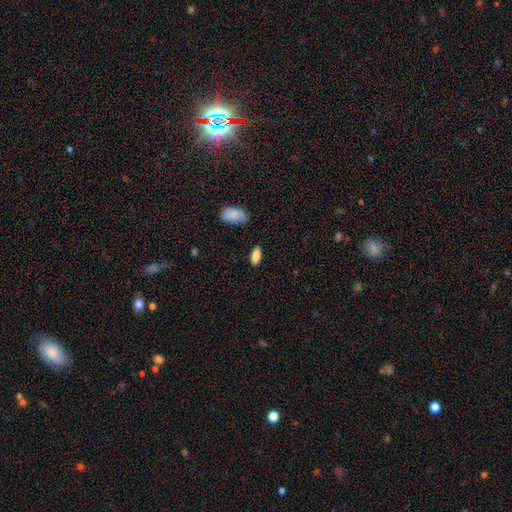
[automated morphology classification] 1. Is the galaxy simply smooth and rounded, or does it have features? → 87% smooth, 7% star or artifact, 6% featured or disk.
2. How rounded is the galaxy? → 85% in between, 12% cigar-shaped, 2% round.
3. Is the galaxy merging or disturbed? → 82% none, 13% minor disturbance, 3% major disturbance, 2% merger.